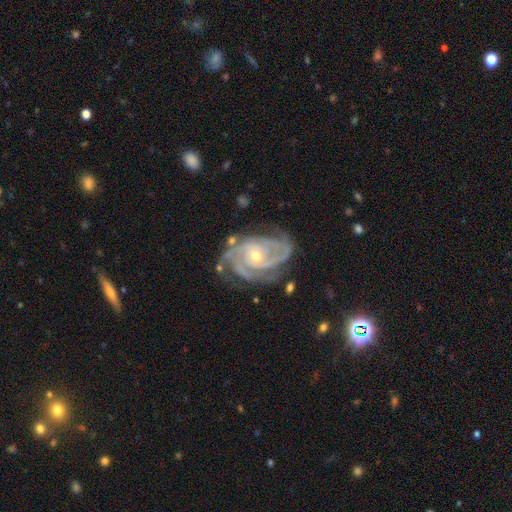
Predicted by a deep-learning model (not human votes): smooth_or_featured: featured or disk (p=0.92) [alt: star or artifact p=0.05]
disk_edge_on: no (p=0.97) [alt: yes p=0.03]
bar: no (p=0.67) [alt: weak p=0.24]
has_spiral_arms: yes (p=0.98) [alt: no p=0.02]
spiral_winding: tight (p=0.65) [alt: medium p=0.30]
spiral_arm_count: 3 (p=0.39) [alt: 2 p=0.21]
bulge_size: small (p=0.54) [alt: moderate p=0.43]
merging: none (p=0.68) [alt: minor disturbance p=0.21]